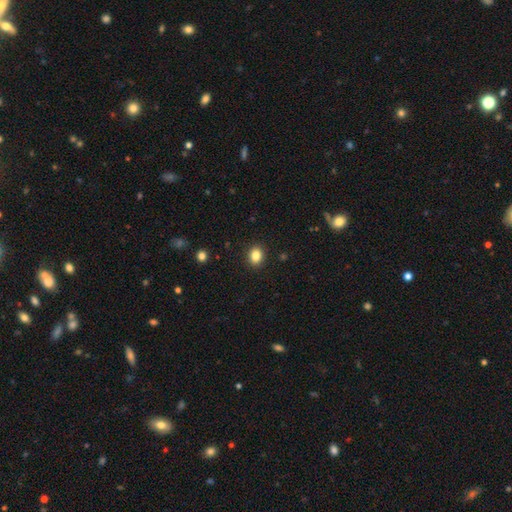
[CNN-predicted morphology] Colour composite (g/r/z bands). It shows a smooth galaxy with no disk features (84%) that is in between round and cigar-shaped (53%). Merging: none (90%).